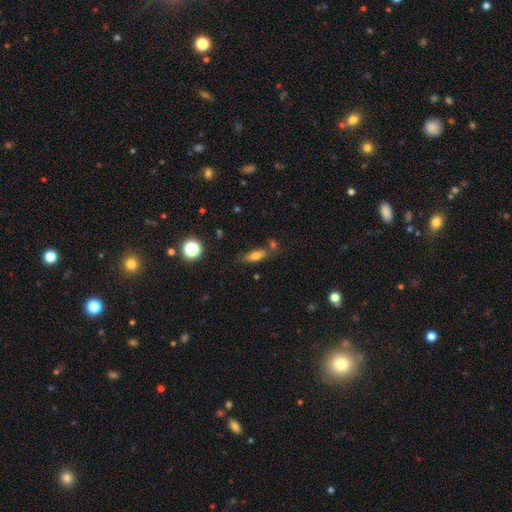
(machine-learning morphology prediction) This is likely a smooth galaxy (67%). How rounded: possibly in between (57%). Merging: likely none (67%).